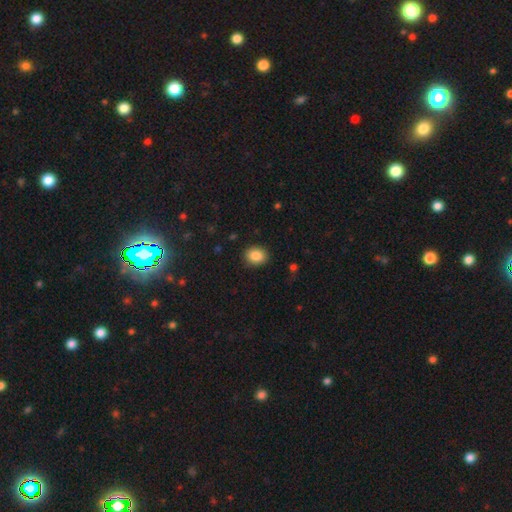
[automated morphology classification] A smooth galaxy with no disk features (86%) that is round (56%).

Vote fractions:
- Smooth or featured? smooth: 86% / star or artifact: 9% / featured or disk: 5%
- How rounded? round: 56% / in between: 43% / cigar-shaped: 1%
- Merging? none: 88% / minor disturbance: 8% / major disturbance: 2% / merger: 1%